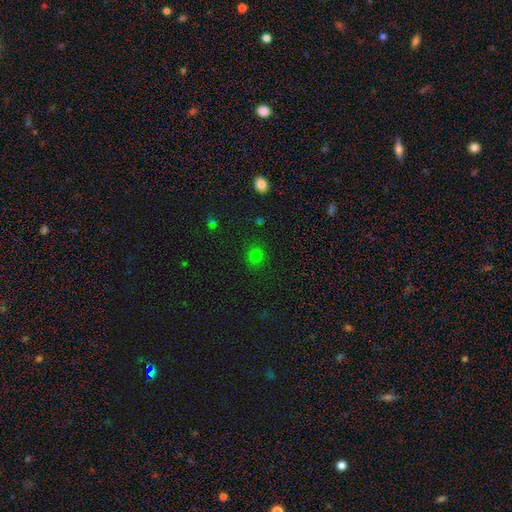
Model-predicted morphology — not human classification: Smooth or featured: smooth — 74% (star or artifact — 21%)
How rounded: round — 84% (in between — 15%)
Merging: none — 86% (minor disturbance — 9%)